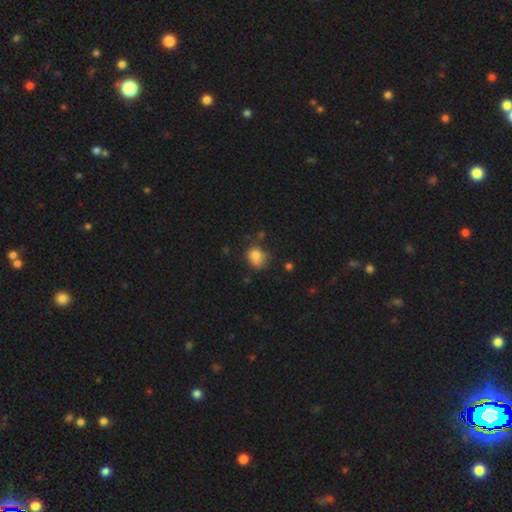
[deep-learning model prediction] Smooth or featured? Predicted: smooth (p=0.75). How rounded? Predicted: round (p=0.63). Merging? Predicted: none (p=0.45).